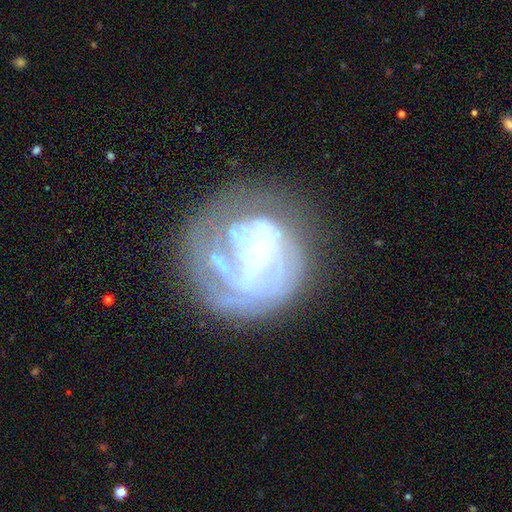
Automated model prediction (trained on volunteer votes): featured or disk 68%, smooth 20%, star or artifact 12%. Down the decision tree: edge-on disk — no (97%); bar — no (61%); spiral arms — no (55%); bulge size — none (58%); merging — none (54%).